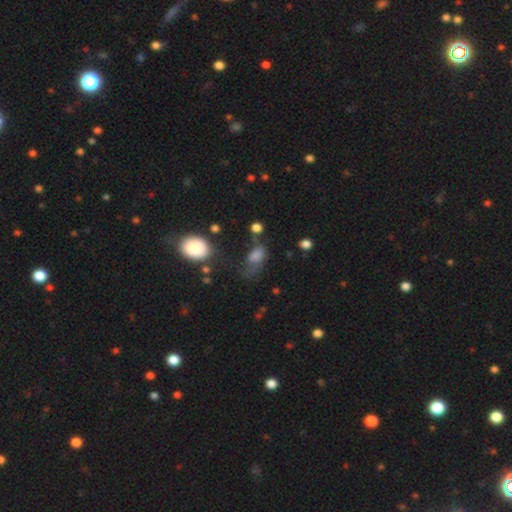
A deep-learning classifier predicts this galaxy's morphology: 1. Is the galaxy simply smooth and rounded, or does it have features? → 64% smooth, 21% featured or disk, 16% star or artifact.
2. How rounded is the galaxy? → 78% in between, 17% round, 4% cigar-shaped.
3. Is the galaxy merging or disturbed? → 41% major disturbance, 29% none, 24% minor disturbance, 7% merger.